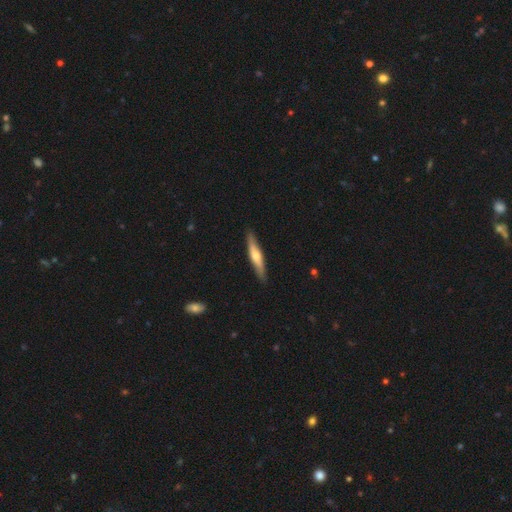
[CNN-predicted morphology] smooth_or_featured: featured or disk (p=0.53) [alt: smooth p=0.42]
disk_edge_on: yes (p=0.91) [alt: no p=0.09]
merging: none (p=0.89) [alt: minor disturbance p=0.09]